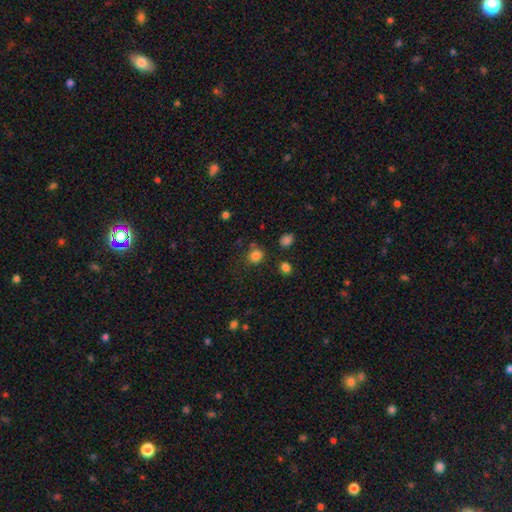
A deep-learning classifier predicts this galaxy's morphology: A smooth galaxy with no disk features (82%) that is round (71%).

Vote fractions:
- Smooth or featured? smooth: 82% / star or artifact: 13% / featured or disk: 5%
- How rounded? round: 71% / in between: 28% / cigar-shaped: 1%
- Merging? none: 74% / minor disturbance: 14% / merger: 6% / major disturbance: 5%